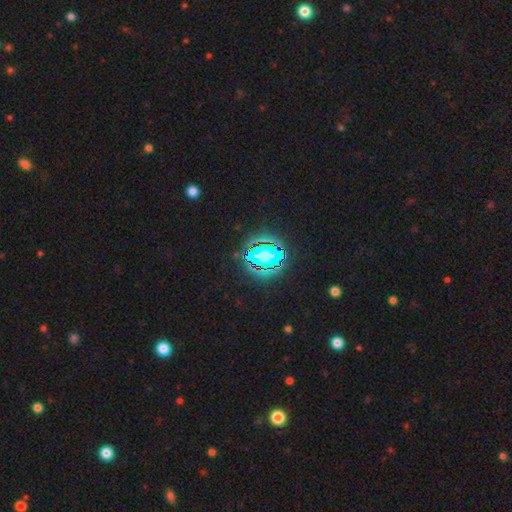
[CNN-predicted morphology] This is likely a star or artifact rather than a galaxy (80%).